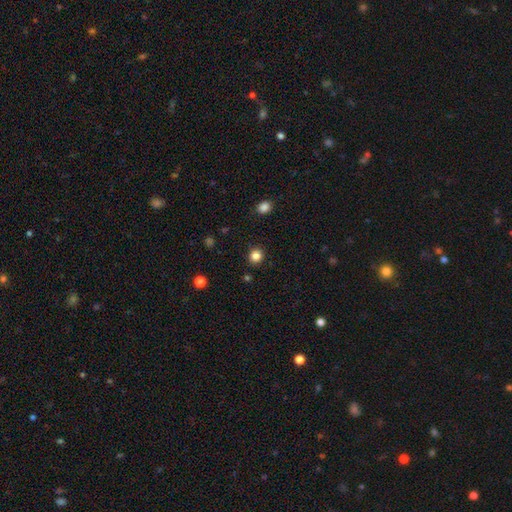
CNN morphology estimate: Smooth or featured?
  - smooth: 83% *
  - star or artifact: 12%
  - featured or disk: 5%
How rounded?
  - round: 88% *
  - in between: 12%
  - cigar-shaped: 1%
Merging?
  - none: 90% *
  - minor disturbance: 7%
  - major disturbance: 2%
  - merger: 2%